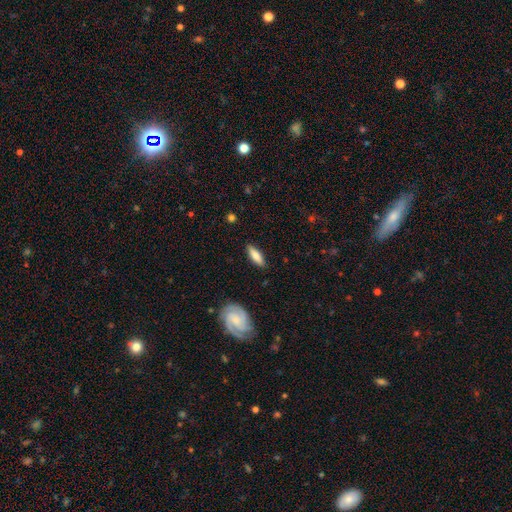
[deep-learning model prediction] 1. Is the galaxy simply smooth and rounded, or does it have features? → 71% smooth, 23% featured or disk, 6% star or artifact.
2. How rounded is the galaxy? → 51% in between, 47% cigar-shaped, 2% round.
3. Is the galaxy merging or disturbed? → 85% none, 10% minor disturbance, 2% major disturbance, 2% merger.